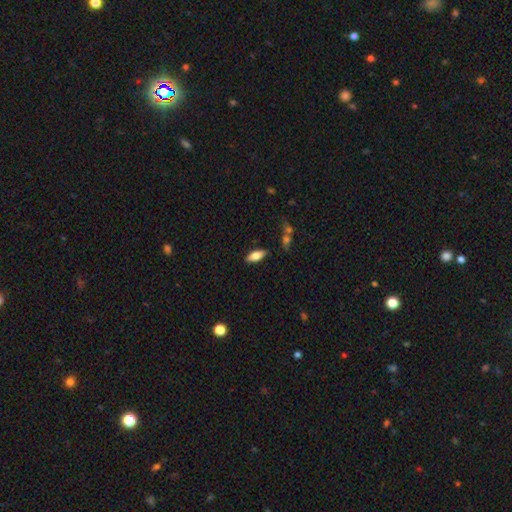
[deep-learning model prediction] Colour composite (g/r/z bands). It shows a smooth galaxy with no disk features (76%) that is in between round and cigar-shaped (78%). Merging: none (85%).